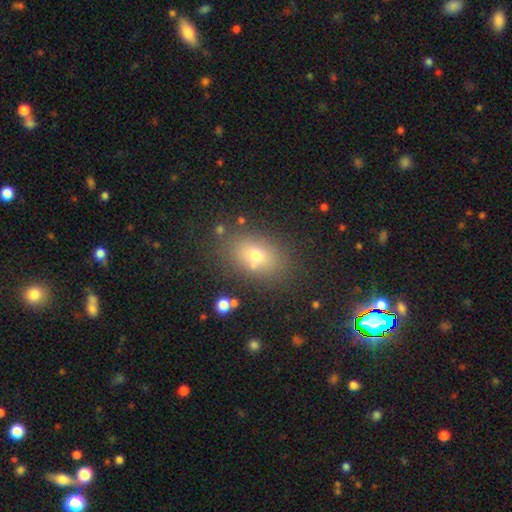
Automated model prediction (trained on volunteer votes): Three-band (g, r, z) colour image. It shows a smooth galaxy with no disk features (69%) that is in between round and cigar-shaped (76%). Merging: none (76%).